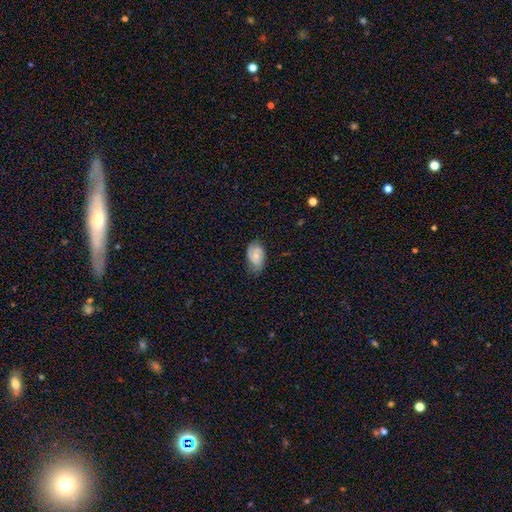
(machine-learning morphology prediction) The model was most divided on "smooth or featured": smooth: 50%, featured or disk: 42%, star or artifact: 8%. More confident: how rounded — in between (86%); merging — none (62%).